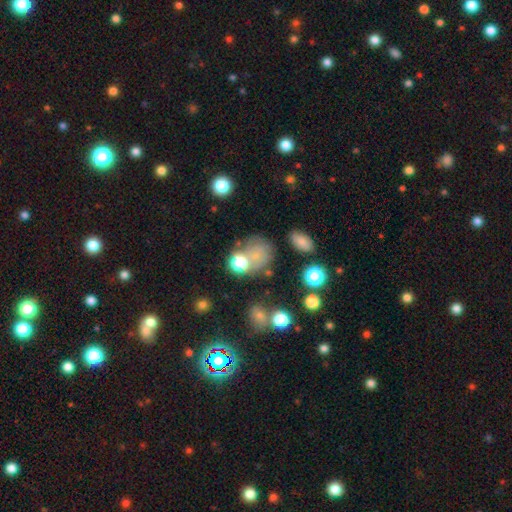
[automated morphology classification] The model was most divided on "merging": none: 44%, minor disturbance: 21%, merger: 20%, major disturbance: 15%. More confident: how rounded — round (62%); smooth or featured — smooth (60%).